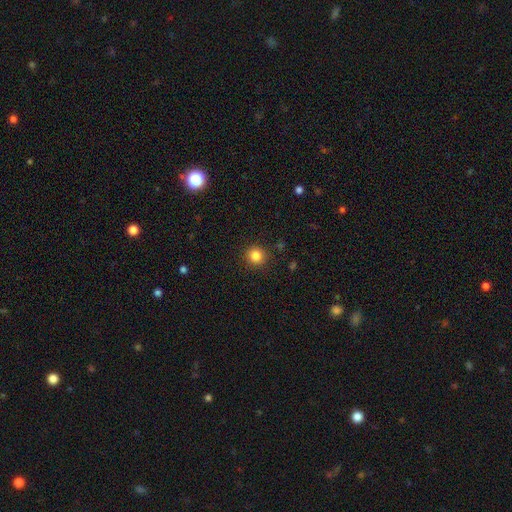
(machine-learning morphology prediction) smooth_or_featured: smooth (p=0.84) [alt: star or artifact p=0.11]
how_rounded: round (p=0.93) [alt: in between p=0.06]
merging: none (p=0.90) [alt: minor disturbance p=0.06]